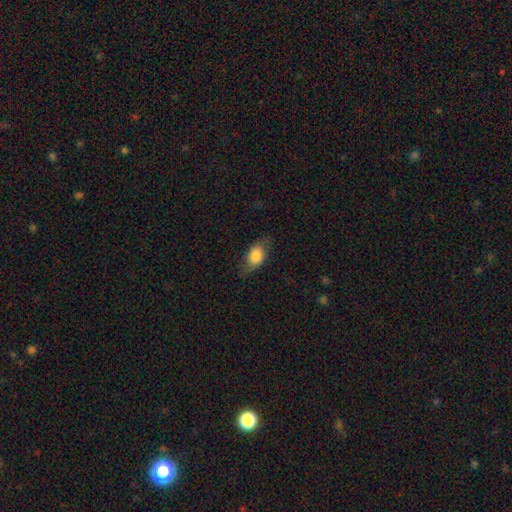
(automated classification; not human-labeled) A smooth galaxy with no disk features (76%) that is in between round and cigar-shaped (84%).

Vote fractions:
- Smooth or featured? smooth: 76% / featured or disk: 16% / star or artifact: 7%
- How rounded? in between: 84% / round: 12% / cigar-shaped: 4%
- Merging? none: 68% / minor disturbance: 23% / major disturbance: 8% / merger: 1%